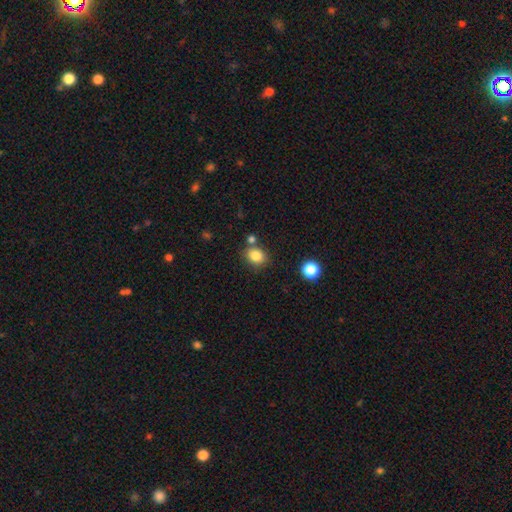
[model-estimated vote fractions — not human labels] smooth 84%, star or artifact 10%, featured or disk 6%. Down the decision tree: how rounded — round (55%); merging — none (73%).